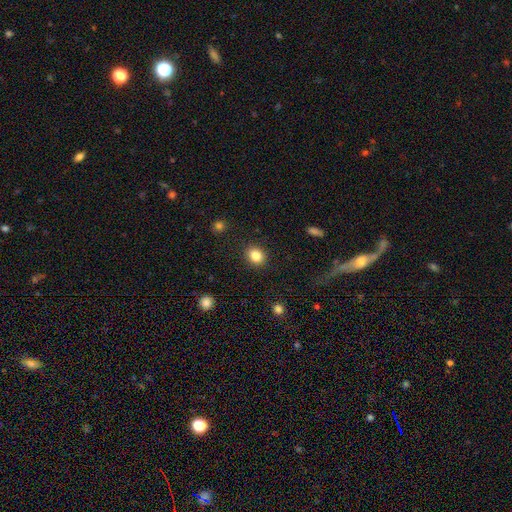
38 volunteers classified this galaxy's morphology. This is clearly a smooth galaxy (92%). How rounded: possibly round (51%). Merging: clearly none (86%).